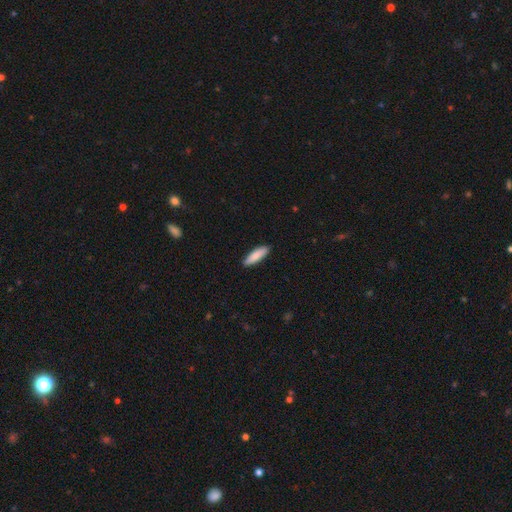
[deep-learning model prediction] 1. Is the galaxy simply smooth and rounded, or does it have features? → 86% smooth, 9% featured or disk, 5% star or artifact.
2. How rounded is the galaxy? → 62% cigar-shaped, 36% in between, 1% round.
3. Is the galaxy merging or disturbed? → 89% none, 8% minor disturbance, 2% major disturbance, 1% merger.